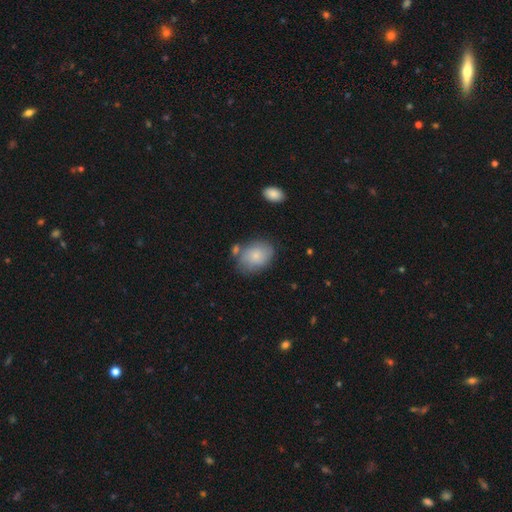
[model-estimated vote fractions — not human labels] Morphology: type=smooth (76%); roundness=in between (71%); merging=none (66%).